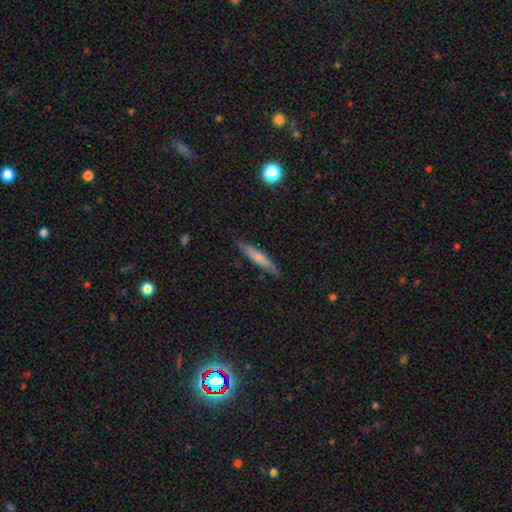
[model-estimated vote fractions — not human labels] Morphology: type=smooth (58%); roundness=cigar-shaped (91%); merging=none (87%).